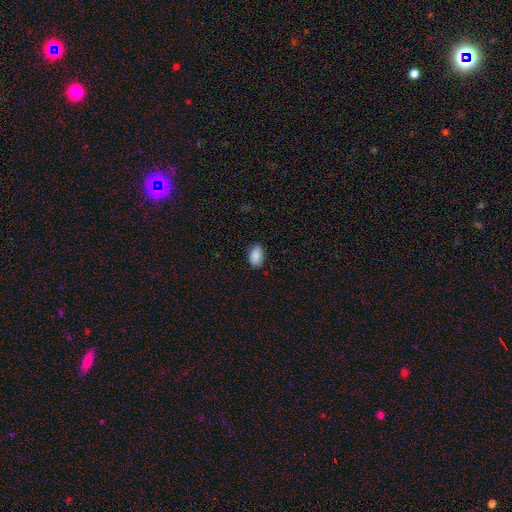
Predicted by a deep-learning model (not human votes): Smooth or featured: smooth — 89% (star or artifact — 7%)
How rounded: in between — 92% (round — 6%)
Merging: none — 82% (minor disturbance — 15%)